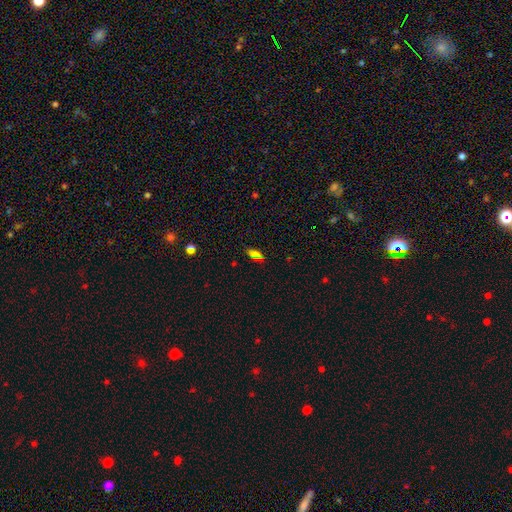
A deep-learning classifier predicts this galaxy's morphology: Overall: smooth (66%). How rounded: in between (76%). Merging: none (79%).